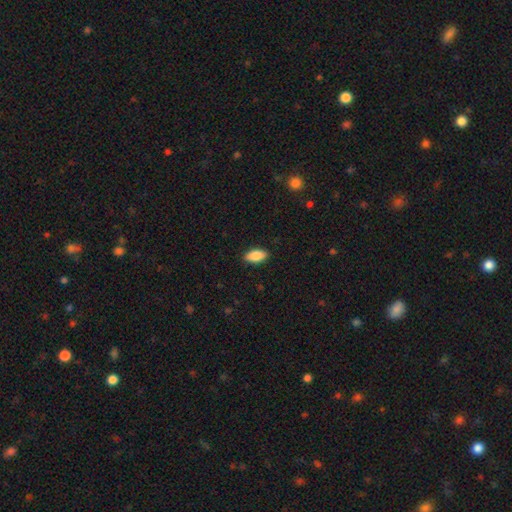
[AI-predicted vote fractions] smooth 85%, featured or disk 8%, star or artifact 7%. Down the decision tree: how rounded — in between (90%); merging — none (89%).